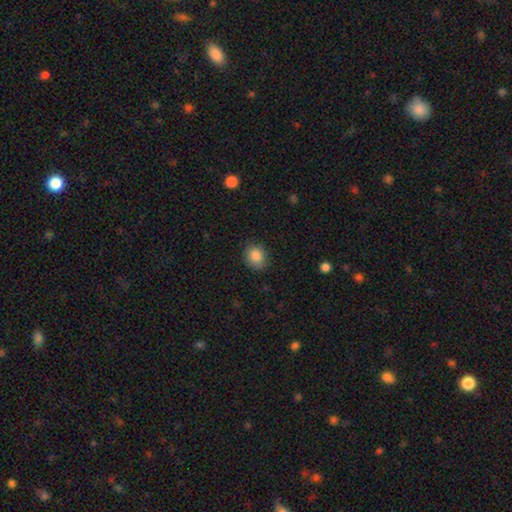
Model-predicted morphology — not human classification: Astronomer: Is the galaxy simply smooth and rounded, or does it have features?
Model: smooth — 87%.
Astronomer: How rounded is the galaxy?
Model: round — 61% (runner-up: in between, 39%).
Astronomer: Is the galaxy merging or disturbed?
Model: none — 84%.